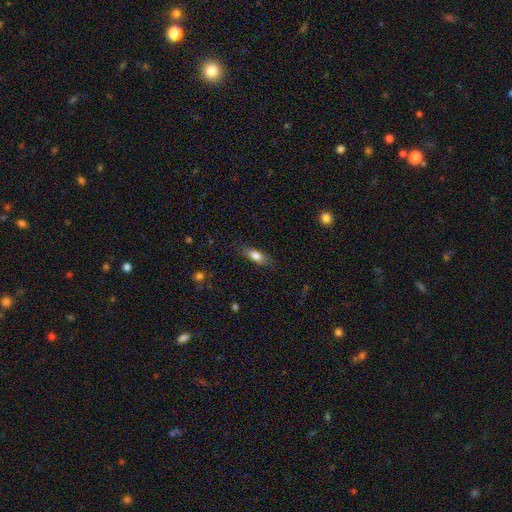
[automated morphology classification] This appears to be a smooth galaxy with no disk features (77%) that is in between round and cigar-shaped (74%). Merging: none (80%).